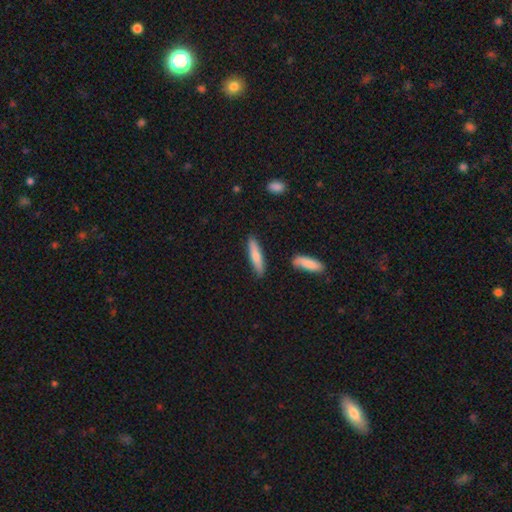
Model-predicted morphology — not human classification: type=smooth (71%); roundness=cigar-shaped (82%); merging=none (86%).